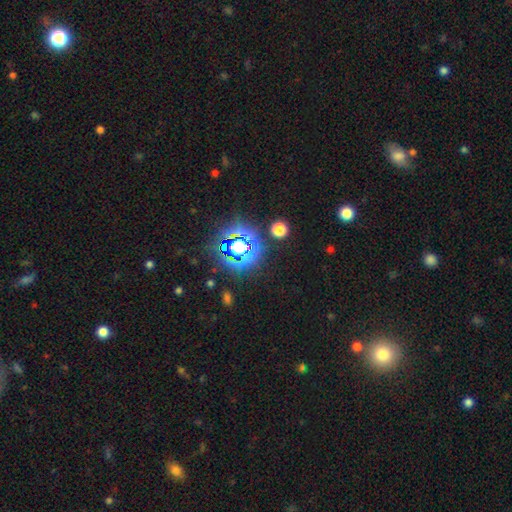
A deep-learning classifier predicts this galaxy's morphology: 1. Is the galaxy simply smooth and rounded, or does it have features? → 81% star or artifact, 12% smooth, 7% featured or disk.